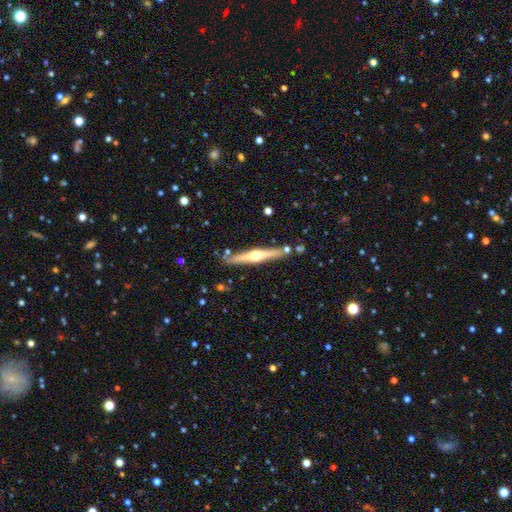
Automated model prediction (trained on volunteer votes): Smooth or featured?
  - featured or disk: 71% *
  - smooth: 24%
  - star or artifact: 5%
Edge-on disk?
  - yes: 97% *
  - no: 3%
Edge-on bulge?
  - rounded: 94% *
  - none: 3%
  - boxy: 3%
Merging?
  - none: 84% *
  - minor disturbance: 10%
  - merger: 4%
  - major disturbance: 2%